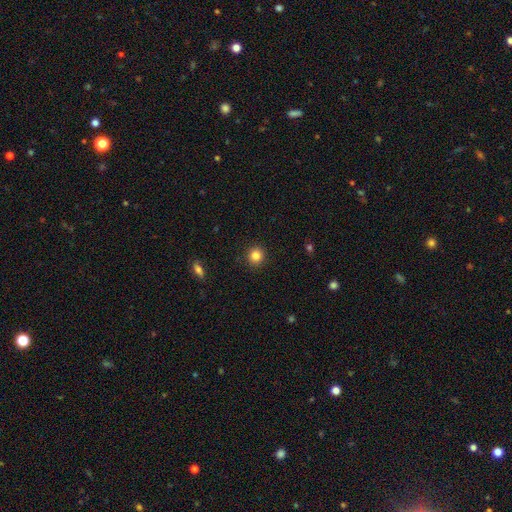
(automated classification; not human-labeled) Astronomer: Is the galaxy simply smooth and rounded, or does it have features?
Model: smooth — 84%.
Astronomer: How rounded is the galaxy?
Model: round — 91%.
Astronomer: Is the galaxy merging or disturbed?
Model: none — 92%.